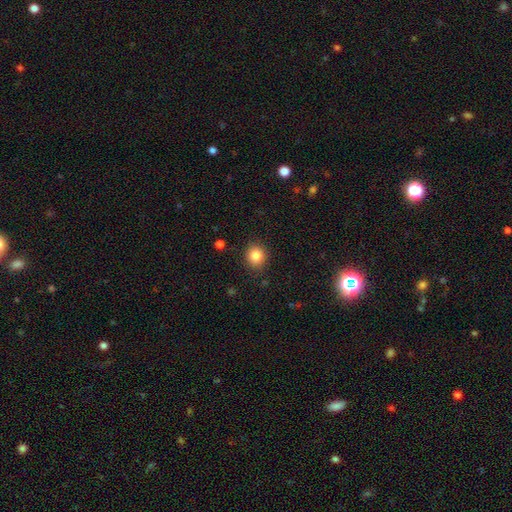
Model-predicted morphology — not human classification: smooth-or-featured: smooth: 85% | star or artifact: 10% | featured or disk: 5%
  how-rounded: round: 82% | in between: 17% | cigar-shaped: 1%
  merging: none: 88% | minor disturbance: 8% | major disturbance: 2% | merger: 1%